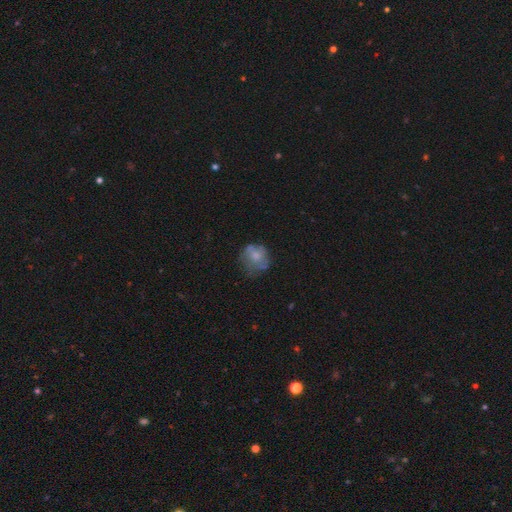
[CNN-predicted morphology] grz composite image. It shows a smooth galaxy with no disk features (60%) that is round (69%). Merging: none (49%).